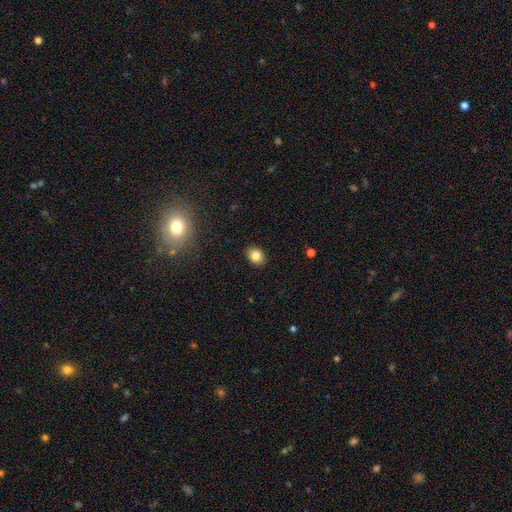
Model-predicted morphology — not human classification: This appears to be a smooth galaxy with no disk features (83%) that is round (50%). Merging: none (90%).